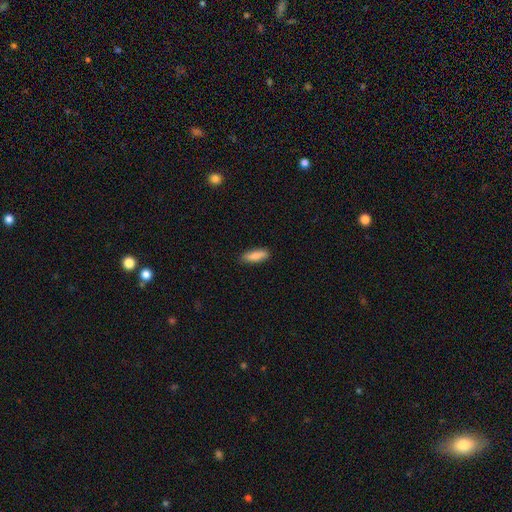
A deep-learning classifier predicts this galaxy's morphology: type=smooth (82%); roundness=in between (54%); merging=none (87%).